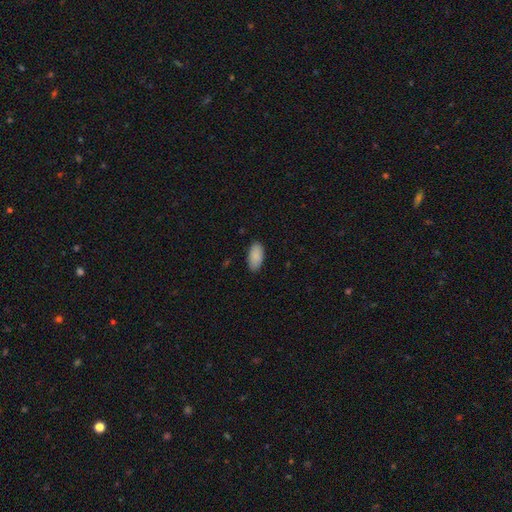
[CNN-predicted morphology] Overall: smooth (89%). How rounded: in between (94%). Merging: none (87%).